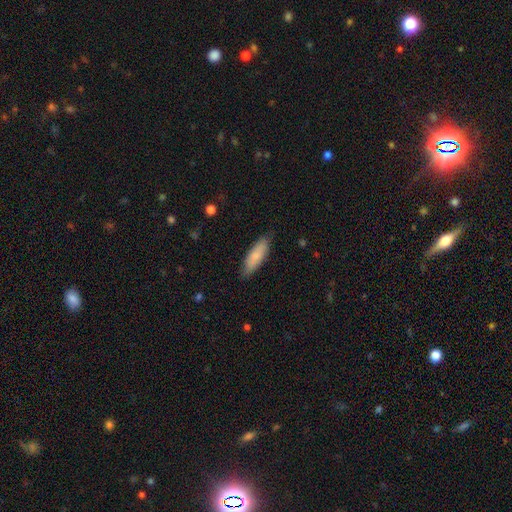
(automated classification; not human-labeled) Smooth or featured? Predicted: smooth (p=0.83). How rounded? Predicted: in between (p=0.50). Merging? Predicted: none (p=0.83).